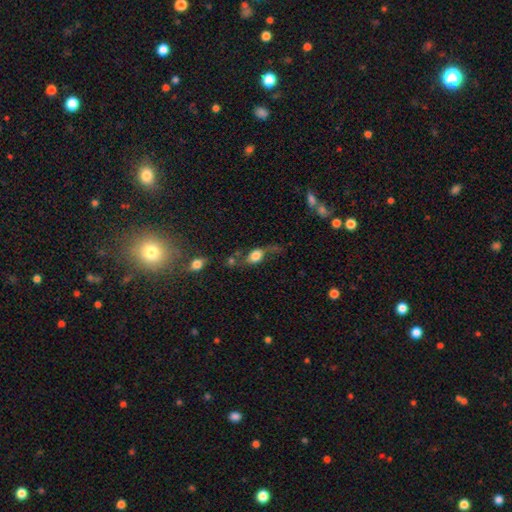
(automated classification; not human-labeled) This appears to be a smooth galaxy with no disk features (59%) that is in between round and cigar-shaped (66%). Merging: none (32%).